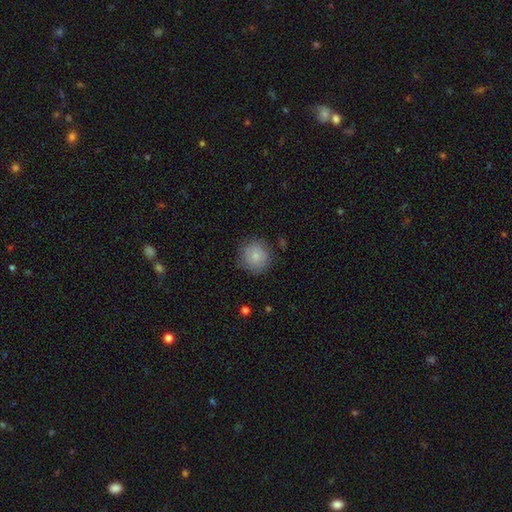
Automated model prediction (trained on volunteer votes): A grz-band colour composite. It shows a smooth galaxy with no disk features (83%) that is round (92%). Merging: none (83%).